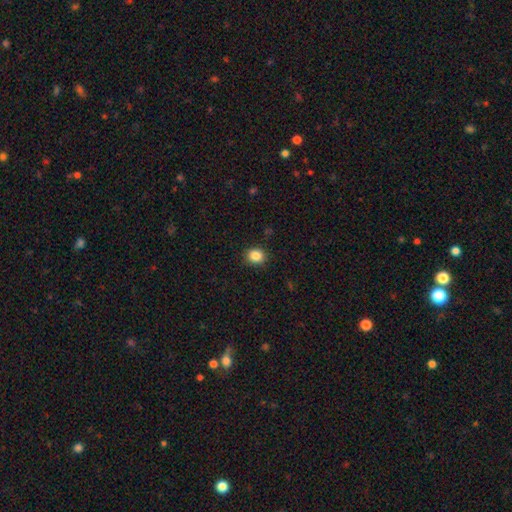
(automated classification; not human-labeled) Smooth or featured: smooth — 86% (star or artifact — 10%)
How rounded: round — 71% (in between — 29%)
Merging: none — 89% (minor disturbance — 8%)